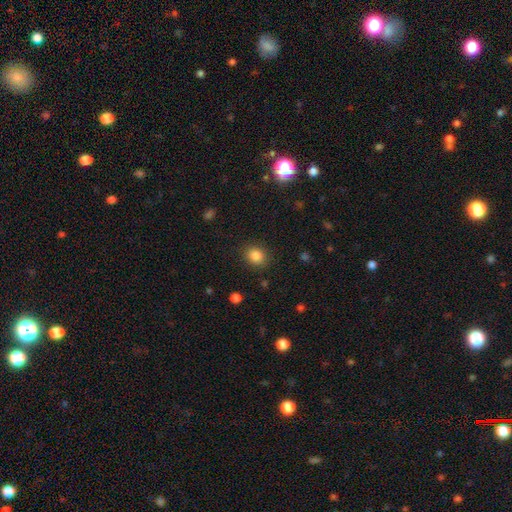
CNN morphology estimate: Smooth or featured: smooth — 85% (star or artifact — 11%)
How rounded: round — 68% (in between — 31%)
Merging: none — 87% (minor disturbance — 8%)